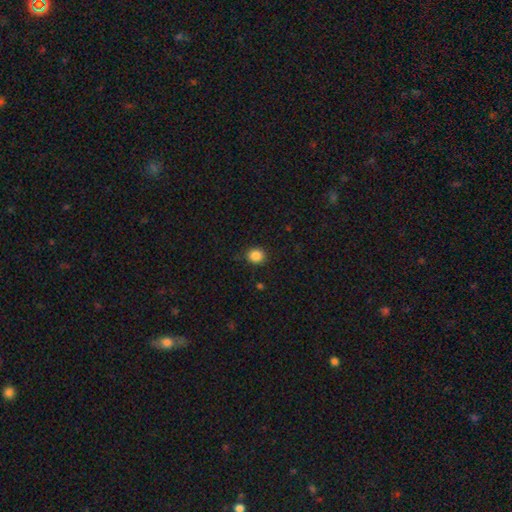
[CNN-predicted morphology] This appears to be a smooth galaxy with no disk features (86%) that is round (84%). Merging: none (89%).